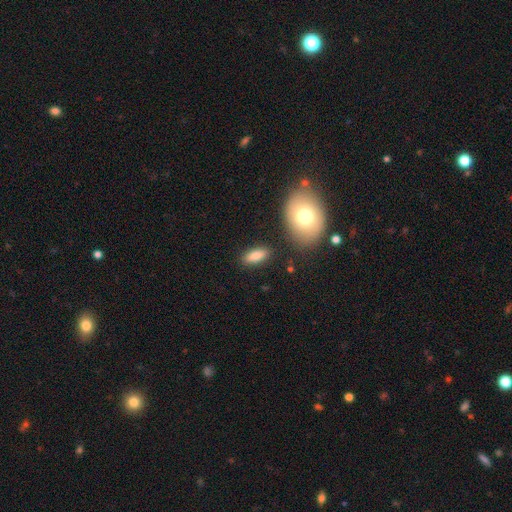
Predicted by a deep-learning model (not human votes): This appears to be a smooth galaxy with no disk features (85%) that is in between round and cigar-shaped (76%). Merging: none (85%).